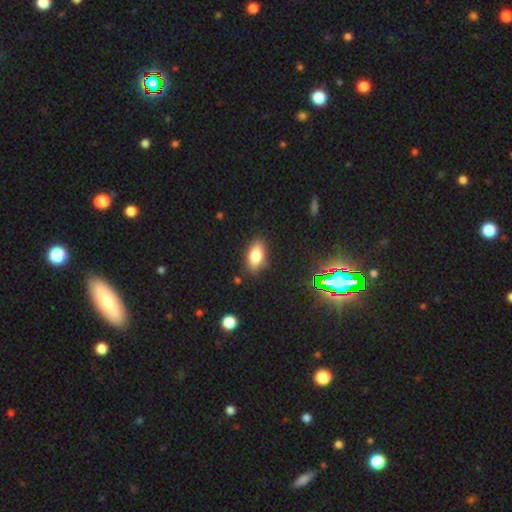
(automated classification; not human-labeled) Smooth or featured?
  - smooth: 78% *
  - featured or disk: 12%
  - star or artifact: 10%
How rounded?
  - in between: 87% *
  - cigar-shaped: 8%
  - round: 5%
Merging?
  - none: 84% *
  - minor disturbance: 12%
  - major disturbance: 3%
  - merger: 2%